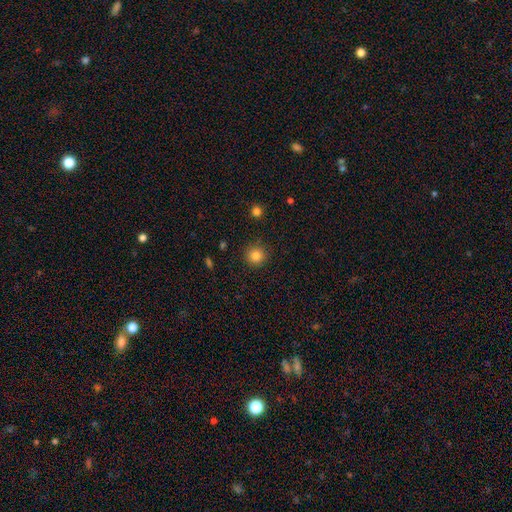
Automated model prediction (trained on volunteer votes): smooth 84%, star or artifact 12%, featured or disk 5%. Down the decision tree: how rounded — round (94%); merging — none (90%).